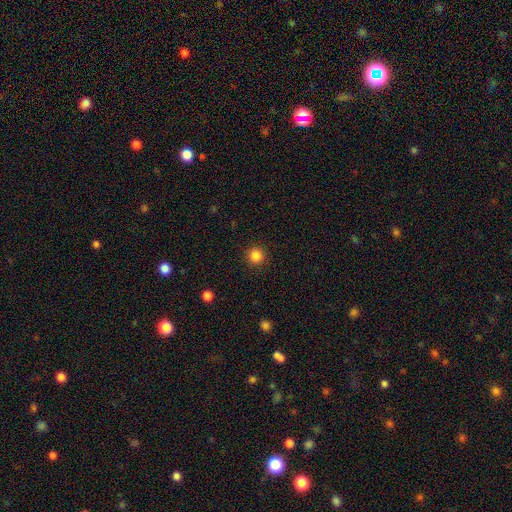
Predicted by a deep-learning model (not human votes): The model was most divided on "smooth or featured": smooth: 85%, star or artifact: 11%, featured or disk: 3%. More confident: how rounded — round (95%); merging — none (92%).